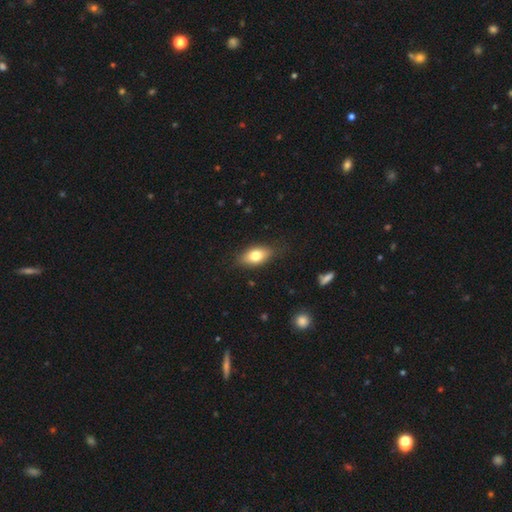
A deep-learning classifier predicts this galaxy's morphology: This appears to be a smooth galaxy with no disk features (77%) that is in between round and cigar-shaped (86%). Merging: none (82%).